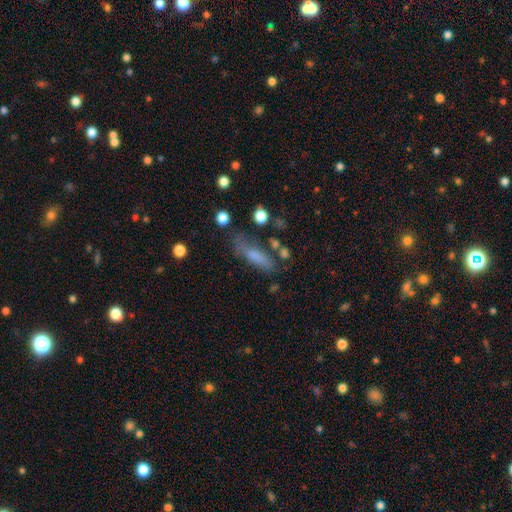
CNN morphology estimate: Smooth or featured? smooth (67%)
How rounded? cigar-shaped (56%)
Merging? none (57%)